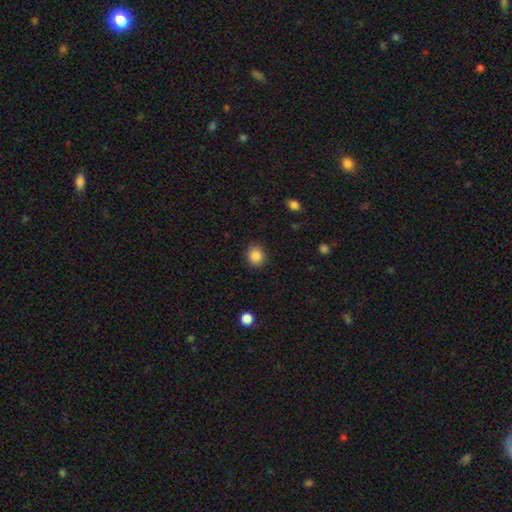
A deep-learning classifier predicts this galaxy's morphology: Smooth or featured? smooth (87%)
How rounded? round (81%)
Merging? none (89%)